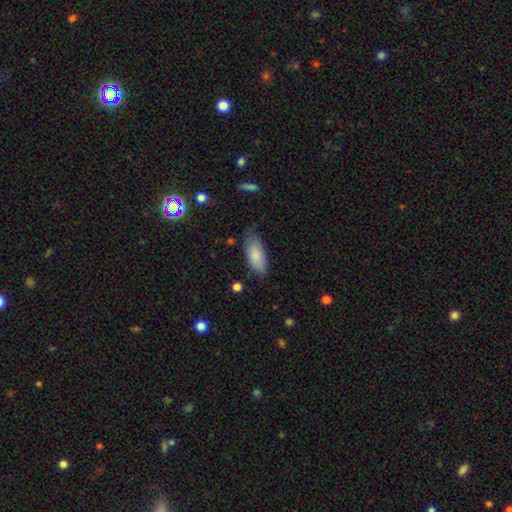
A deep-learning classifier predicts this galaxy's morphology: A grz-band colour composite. It shows a smooth galaxy with no disk features (83%) that is in between round and cigar-shaped (86%). Merging: none (67%).